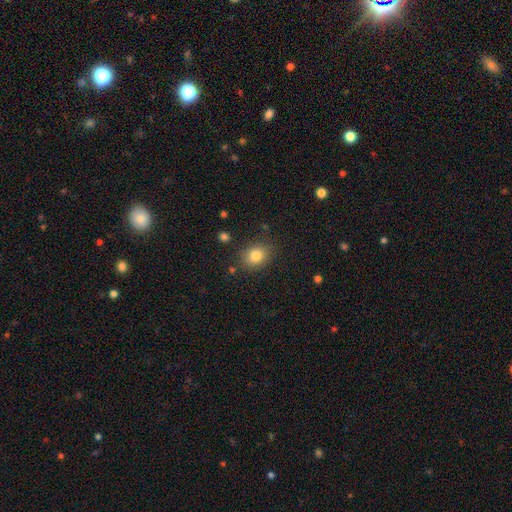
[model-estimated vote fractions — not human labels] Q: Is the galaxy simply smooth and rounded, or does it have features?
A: smooth — 82%.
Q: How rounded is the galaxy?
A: in between — 50%.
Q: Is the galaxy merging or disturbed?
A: none — 83%.